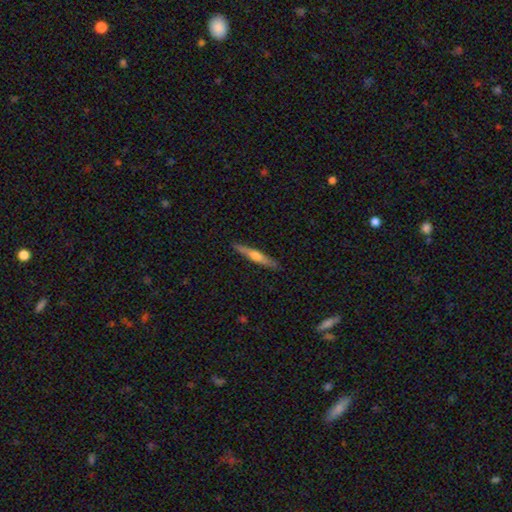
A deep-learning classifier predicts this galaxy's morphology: featured or disk 54%, smooth 40%, star or artifact 6%. Down the decision tree: edge-on disk — yes (96%); edge-on bulge — rounded (82%); merging — none (89%).